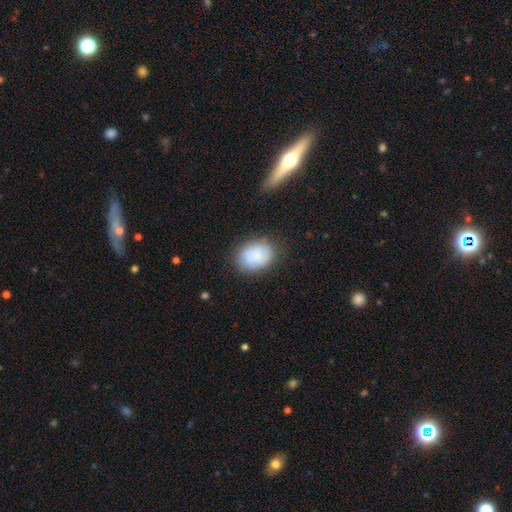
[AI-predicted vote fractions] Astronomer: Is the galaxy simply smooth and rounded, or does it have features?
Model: smooth — 77%.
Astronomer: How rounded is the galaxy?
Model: in between — 63%.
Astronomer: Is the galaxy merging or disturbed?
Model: none — 74%.